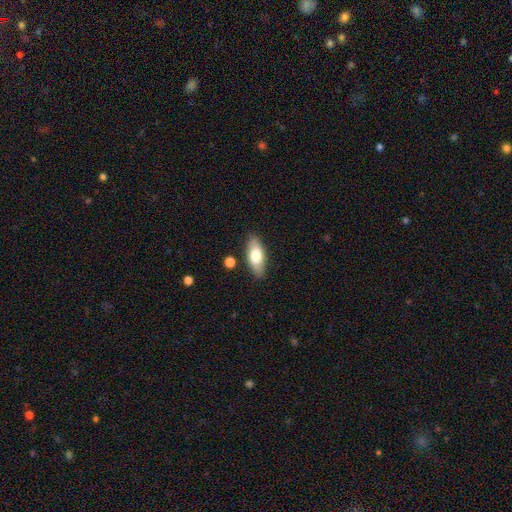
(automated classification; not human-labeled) The model was most divided on "smooth or featured": smooth: 73%, featured or disk: 21%, star or artifact: 6%. More confident: merging — none (84%); how rounded — in between (78%).